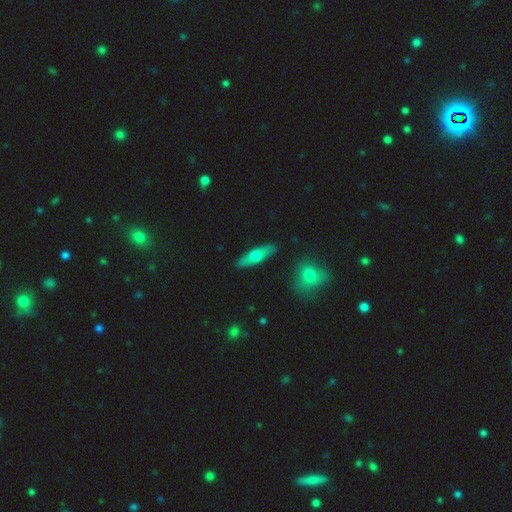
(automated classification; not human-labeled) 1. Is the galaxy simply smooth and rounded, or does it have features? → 56% smooth, 38% featured or disk, 6% star or artifact.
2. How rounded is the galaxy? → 56% cigar-shaped, 40% in between, 3% round.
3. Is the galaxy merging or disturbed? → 88% none, 8% minor disturbance, 2% merger, 2% major disturbance.